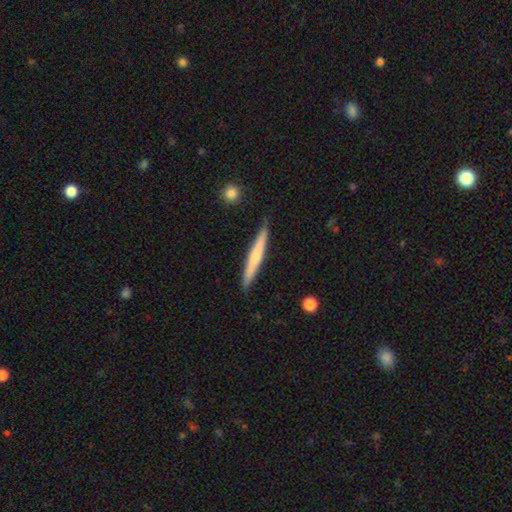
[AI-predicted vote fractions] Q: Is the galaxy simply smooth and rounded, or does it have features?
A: smooth — 49%.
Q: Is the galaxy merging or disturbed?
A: none — 87%.